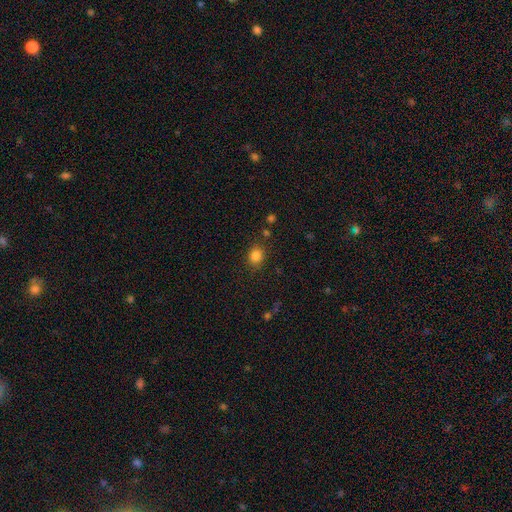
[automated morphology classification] smooth_or_featured: smooth (p=0.84) [alt: star or artifact p=0.12]
how_rounded: round (p=0.62) [alt: in between p=0.37]
merging: none (p=0.83) [alt: minor disturbance p=0.11]